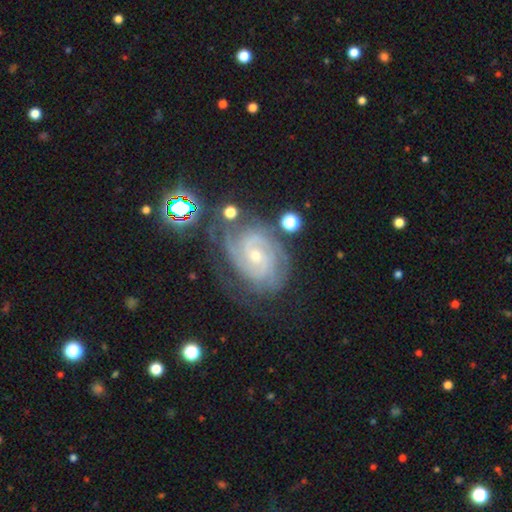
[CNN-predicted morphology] This appears to be a featured or disk galaxy (87%) with no bar (64%), 2 (28%) tight (69%) spiral arms (97%) and a small central bulge (68%). Merging: none (63%).